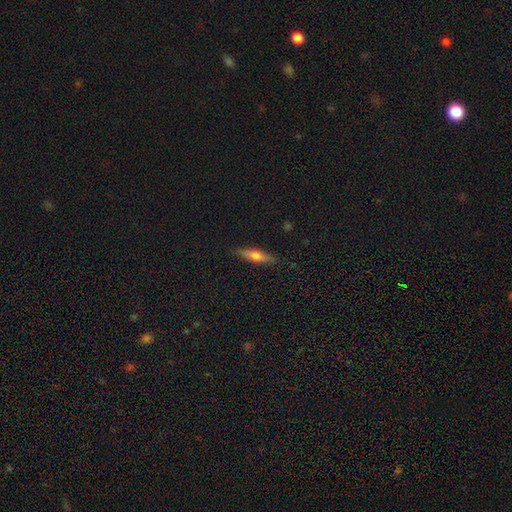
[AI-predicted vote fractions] smooth-or-featured: smooth: 58% | featured or disk: 35% | star or artifact: 7%
  how-rounded: cigar-shaped: 70% | in between: 28% | round: 2%
  merging: none: 87% | minor disturbance: 10% | major disturbance: 2% | merger: 1%